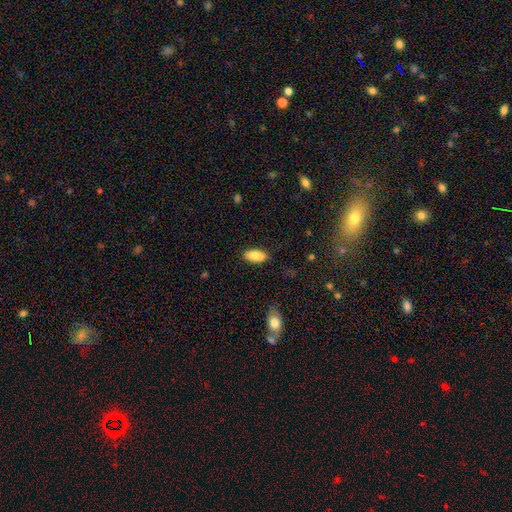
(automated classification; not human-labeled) Smooth or featured? Predicted: smooth (p=0.83). How rounded? Predicted: in between (p=0.88). Merging? Predicted: none (p=0.82).